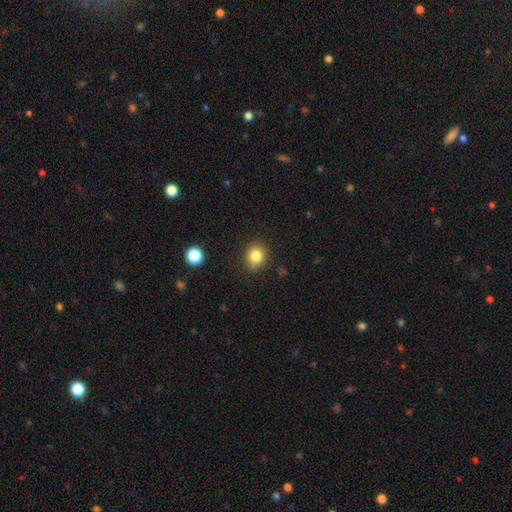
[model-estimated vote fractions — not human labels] Smooth or featured: smooth — 83% (star or artifact — 11%)
How rounded: round — 75% (in between — 24%)
Merging: none — 83% (minor disturbance — 12%)